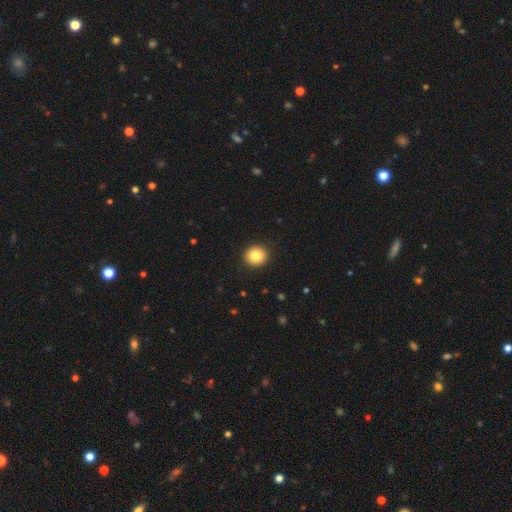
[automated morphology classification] A smooth galaxy with no disk features (83%) that is round (89%). Merging: none (92%).